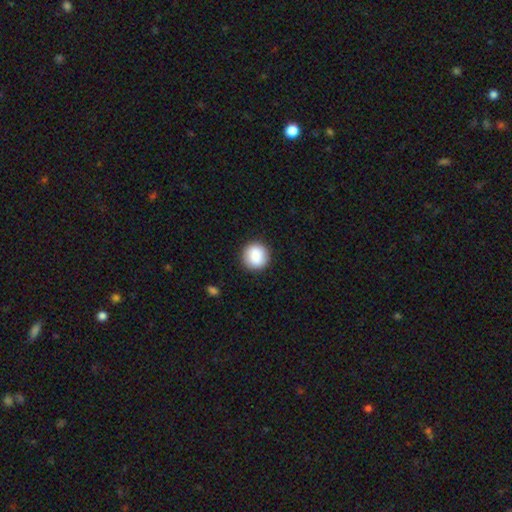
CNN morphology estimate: smooth-or-featured: smooth: 88% | star or artifact: 7% | featured or disk: 5%
  how-rounded: round: 90% | in between: 9% | cigar-shaped: 1%
  merging: none: 90% | minor disturbance: 7% | major disturbance: 2% | merger: 1%